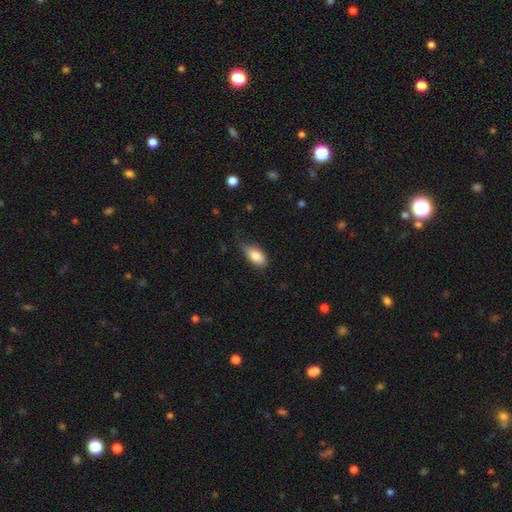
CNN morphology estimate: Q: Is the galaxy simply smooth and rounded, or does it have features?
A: smooth — 83%.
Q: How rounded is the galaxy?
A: in between — 89%.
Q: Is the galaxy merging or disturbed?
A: none — 62%.